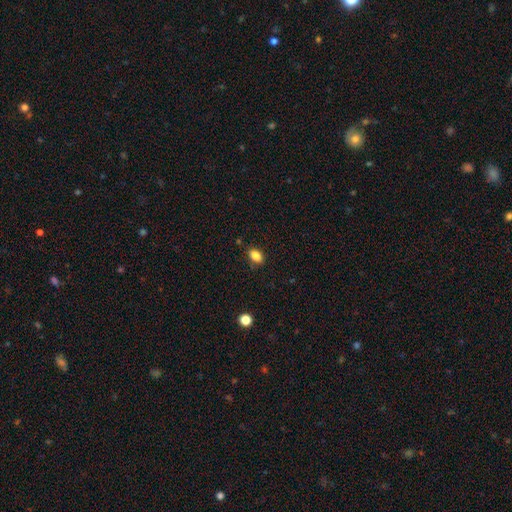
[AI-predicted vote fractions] A smooth galaxy with no disk features (85%) that is in between round and cigar-shaped (84%). Merging: none (83%).